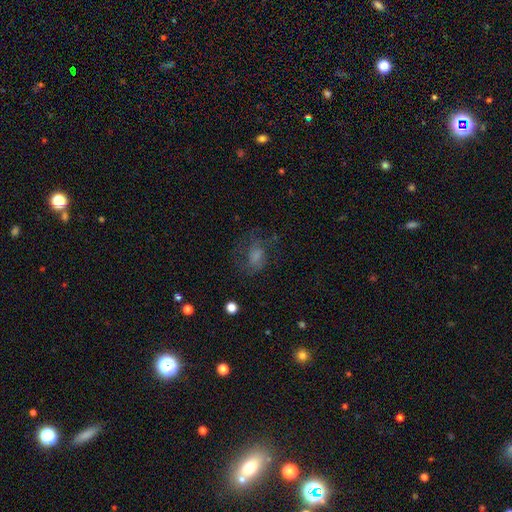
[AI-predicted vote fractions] Smooth or featured? smooth (54%)
How rounded? in between (68%)
Merging? none (48%)